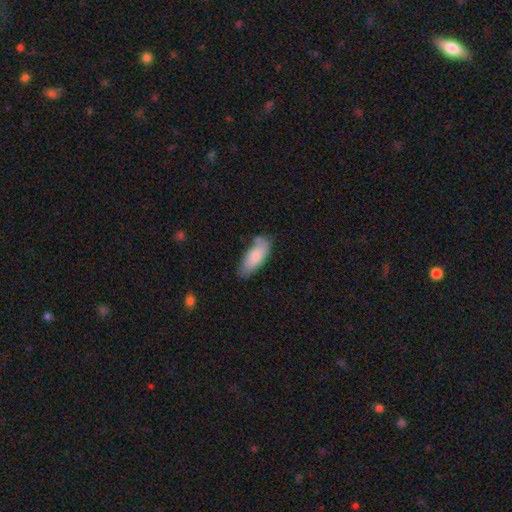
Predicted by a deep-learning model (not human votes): This appears to be a smooth galaxy with no disk features (81%) that is in between round and cigar-shaped (78%). Merging: none (68%).